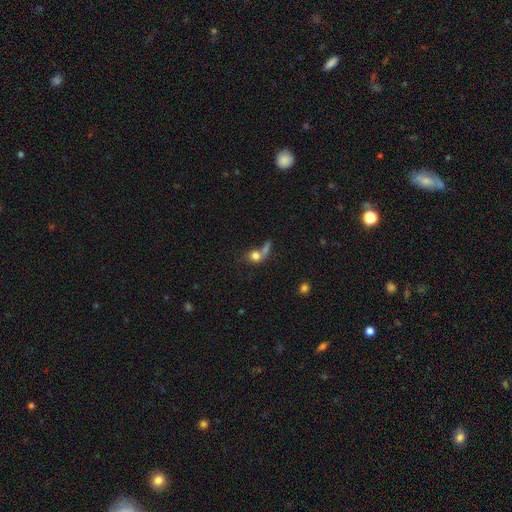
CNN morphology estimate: Smooth or featured: smooth — 73% (featured or disk — 16%)
How rounded: round — 62% (in between — 34%)
Merging: merger — 42% (none — 29%)